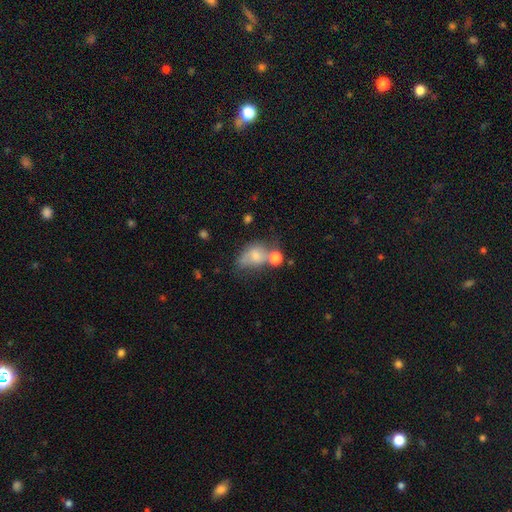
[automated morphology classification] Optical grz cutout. It shows a smooth galaxy with no disk features (66%) that is in between round and cigar-shaped (68%). Merging: none (31%).